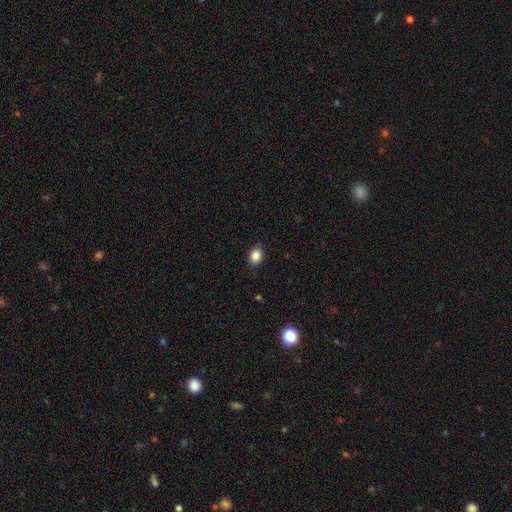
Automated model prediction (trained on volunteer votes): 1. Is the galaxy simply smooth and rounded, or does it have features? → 85% smooth, 9% star or artifact, 5% featured or disk.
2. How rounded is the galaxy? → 65% in between, 34% round, 1% cigar-shaped.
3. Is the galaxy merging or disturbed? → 87% none, 10% minor disturbance, 2% major disturbance, 1% merger.